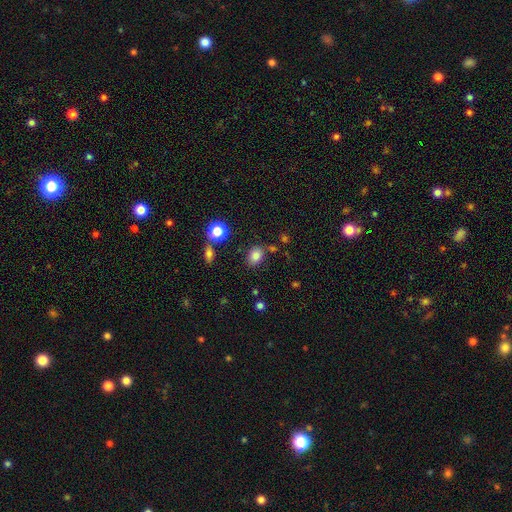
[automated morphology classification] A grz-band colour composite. It shows a smooth galaxy with no disk features (80%) that is in between round and cigar-shaped (70%). Merging: none (76%).